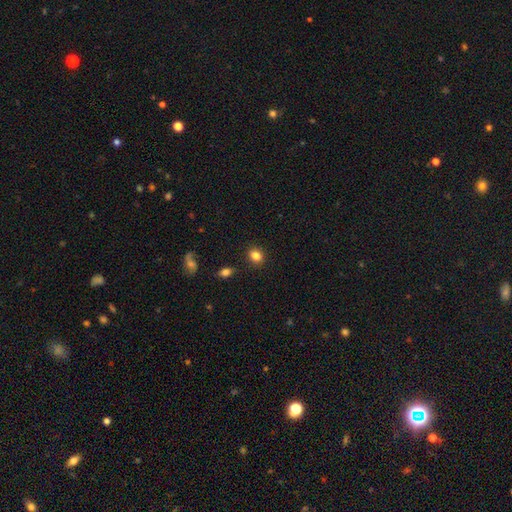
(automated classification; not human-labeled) smooth 84%, star or artifact 10%, featured or disk 6%. Down the decision tree: how rounded — round (58%); merging — none (87%).